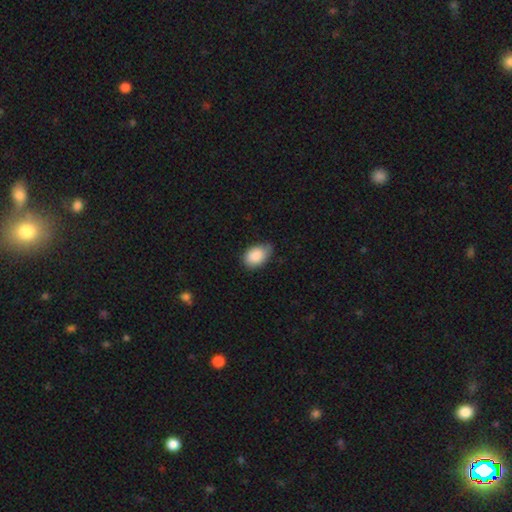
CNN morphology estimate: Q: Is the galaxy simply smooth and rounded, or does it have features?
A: smooth — 87%.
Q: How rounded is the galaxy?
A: in between — 88%.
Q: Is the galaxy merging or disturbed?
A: none — 63%.